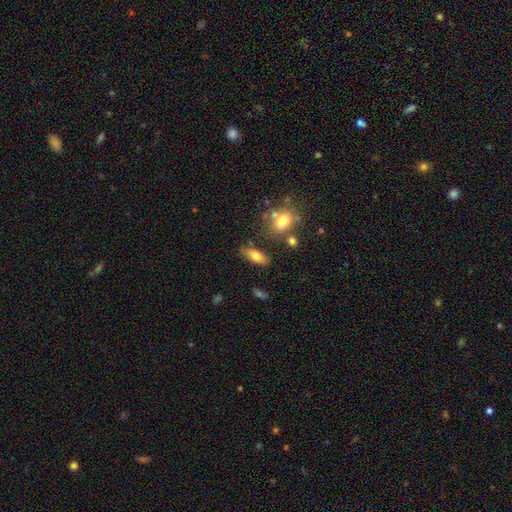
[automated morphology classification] Q: Smooth or featured?
A: smooth (76%); runner-up: featured or disk (15%)
Q: How rounded?
A: in between (77%); runner-up: cigar-shaped (20%)
Q: Merging?
A: none (74%); runner-up: minor disturbance (15%)